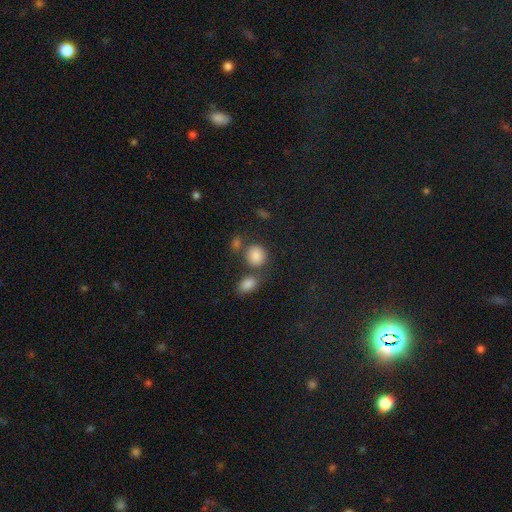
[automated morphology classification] The model was most divided on "merging": none: 60%, merger: 24%, minor disturbance: 12%, major disturbance: 5%. More confident: smooth or featured — smooth (85%); how rounded — round (76%).